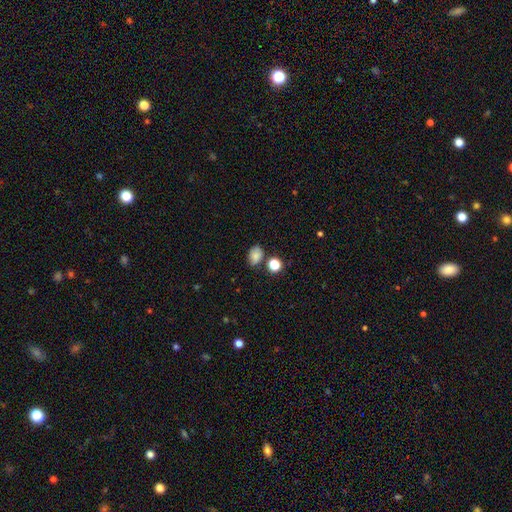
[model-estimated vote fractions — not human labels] Smooth or featured: smooth — 79% (star or artifact — 13%)
How rounded: in between — 71% (round — 27%)
Merging: none — 69% (minor disturbance — 18%)